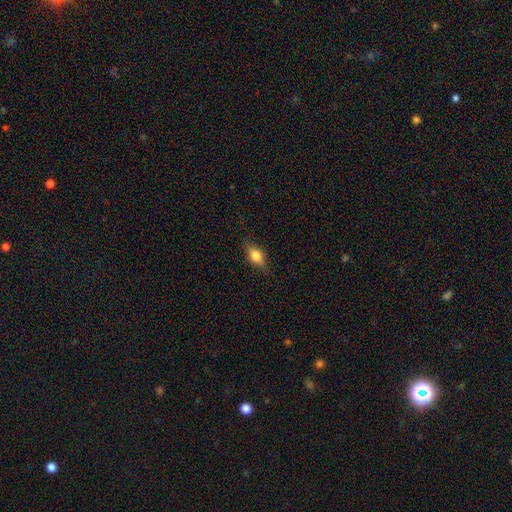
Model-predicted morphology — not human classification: Smooth or featured: smooth — 73% (featured or disk — 19%)
How rounded: in between — 77% (round — 13%)
Merging: none — 80% (minor disturbance — 16%)